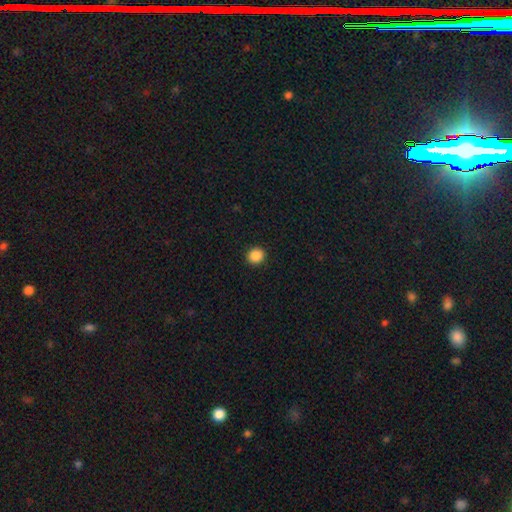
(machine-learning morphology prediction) Overall: smooth (88%). How rounded: round (88%). Merging: none (93%).